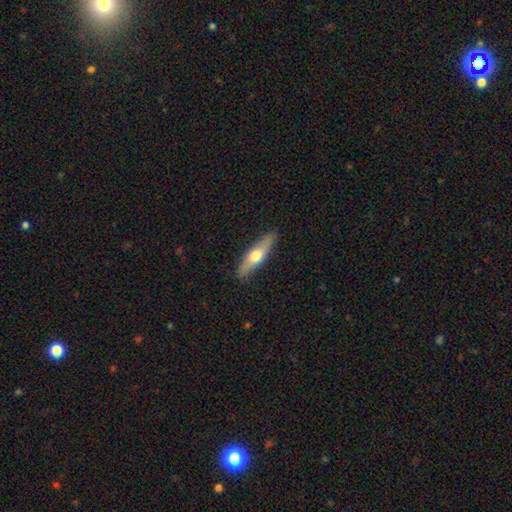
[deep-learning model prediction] This is possibly a smooth galaxy (51%). How rounded: likely cigar-shaped (71%). Merging: clearly none (88%).